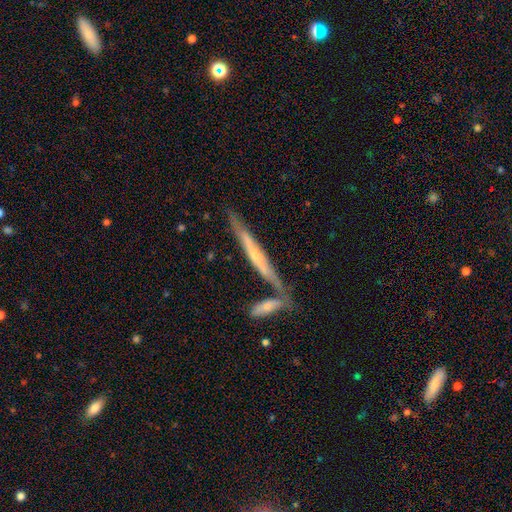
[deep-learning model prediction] smooth_or_featured: featured or disk (p=0.67) [alt: smooth p=0.27]
disk_edge_on: yes (p=0.92) [alt: no p=0.08]
edge_on_bulge: rounded (p=0.55) [alt: none p=0.40]
merging: none (p=0.67) [alt: merger p=0.18]